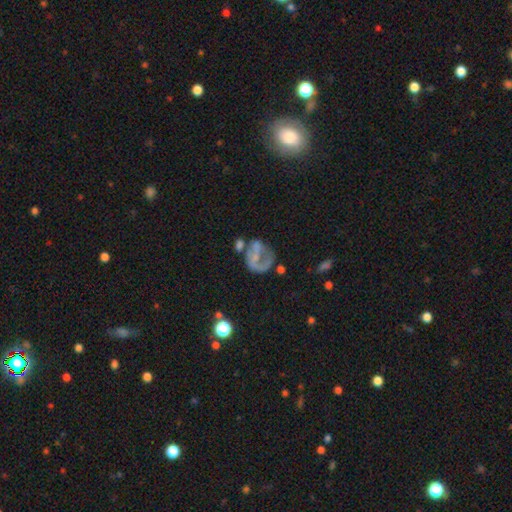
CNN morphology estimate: A featured or disk galaxy (59%) with no bar (54%), spiral arms (55%) and no central bulge (50%).

Vote fractions:
- Smooth or featured? featured or disk: 59% / smooth: 27% / star or artifact: 14%
- Edge-on disk? no: 97% / yes: 3%
- Bar? no: 54% / weak: 30% / strong: 16%
- Spiral arms? yes: 55% / no: 45%
- Bulge size? none: 50% / small: 36% / moderate: 11% / large: 2% / dominant: 1%
- Merging? none: 35% / major disturbance: 31% / minor disturbance: 19% / merger: 16%